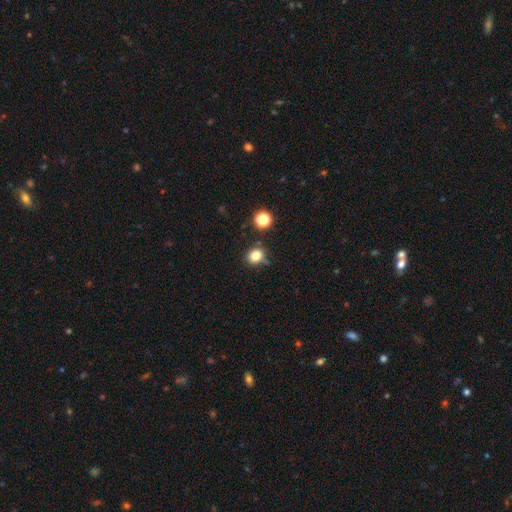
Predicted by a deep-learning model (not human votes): Q: Smooth or featured?
A: smooth (81%); runner-up: star or artifact (13%)
Q: How rounded?
A: round (69%); runner-up: in between (31%)
Q: Merging?
A: none (76%); runner-up: minor disturbance (15%)